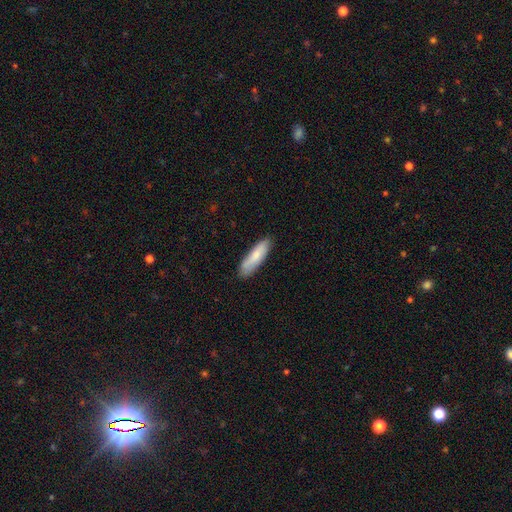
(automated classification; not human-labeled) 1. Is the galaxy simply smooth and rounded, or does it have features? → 79% smooth, 16% featured or disk, 6% star or artifact.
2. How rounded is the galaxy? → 65% cigar-shaped, 34% in between, 1% round.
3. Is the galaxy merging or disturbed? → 81% none, 15% minor disturbance, 2% major disturbance, 1% merger.